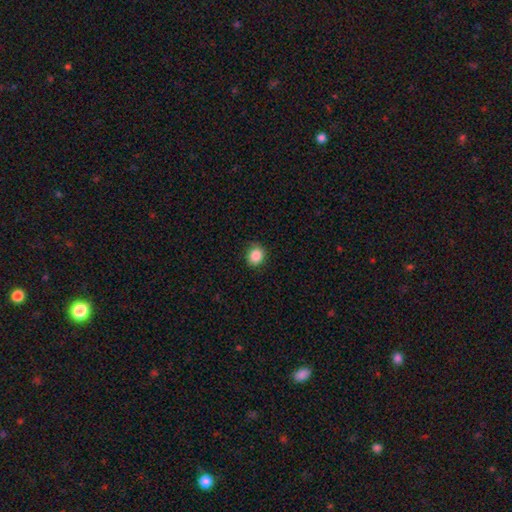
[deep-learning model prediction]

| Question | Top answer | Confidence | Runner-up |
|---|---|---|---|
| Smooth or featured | smooth | 86% | star or artifact (10%) |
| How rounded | round | 69% | in between (30%) |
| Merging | none | 82% | minor disturbance (14%) |